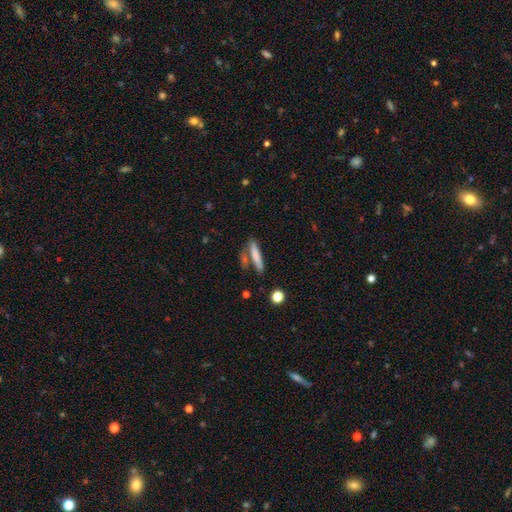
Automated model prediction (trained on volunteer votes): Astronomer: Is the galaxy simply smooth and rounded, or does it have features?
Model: smooth — 74%.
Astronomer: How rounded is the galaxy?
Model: cigar-shaped — 87%.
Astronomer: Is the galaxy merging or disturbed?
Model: none — 63%.